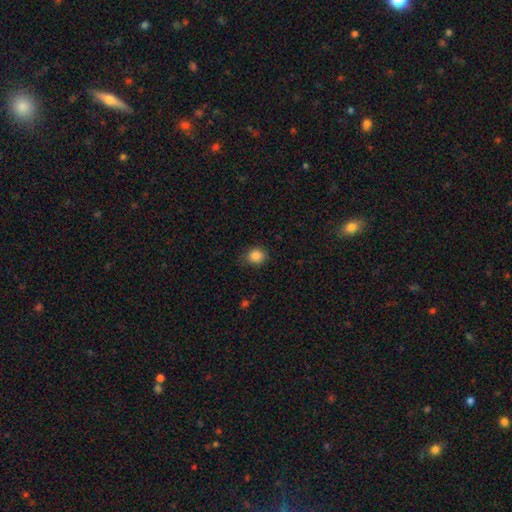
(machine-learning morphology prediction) Overall: smooth (86%). How rounded: round (73%). Merging: none (78%).